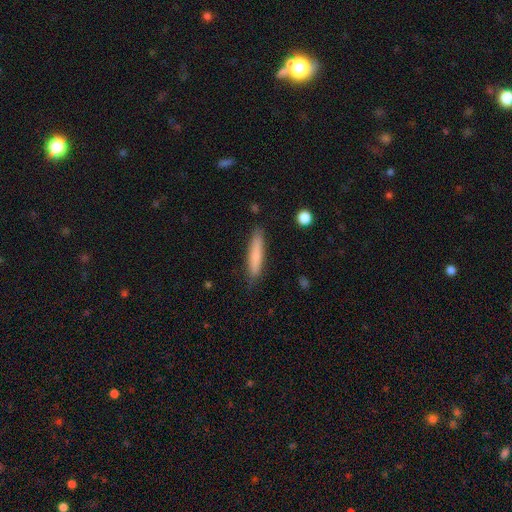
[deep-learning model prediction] This appears to be a smooth galaxy with no disk features (77%) that is cigar-shaped (89%). Merging: none (84%).